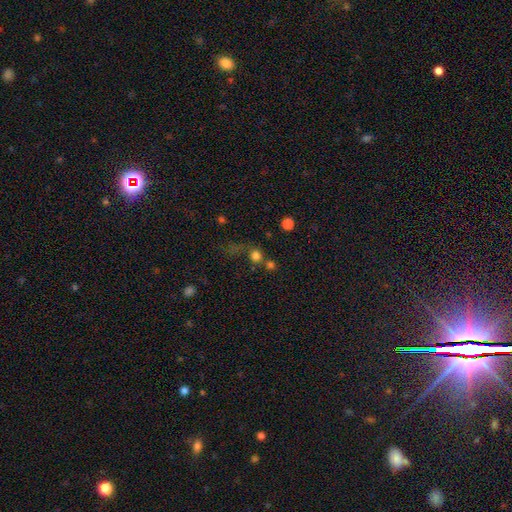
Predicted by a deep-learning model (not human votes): Morphology: type=smooth (73%); roundness=round (90%); merging=none (58%).